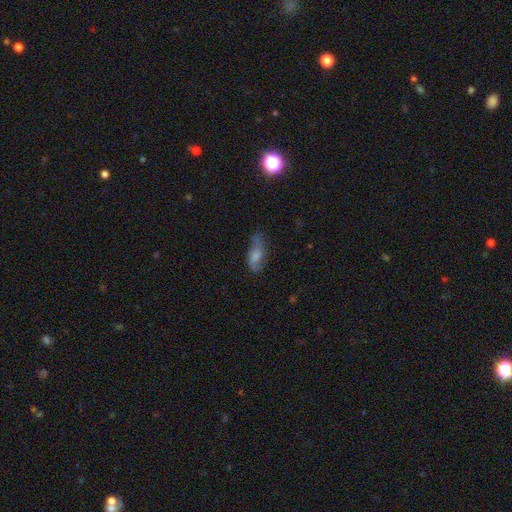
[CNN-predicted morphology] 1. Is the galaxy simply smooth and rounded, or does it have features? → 56% smooth, 35% featured or disk, 9% star or artifact.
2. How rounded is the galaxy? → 78% in between, 18% cigar-shaped, 4% round.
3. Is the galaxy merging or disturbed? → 53% none, 31% minor disturbance, 13% major disturbance, 3% merger.